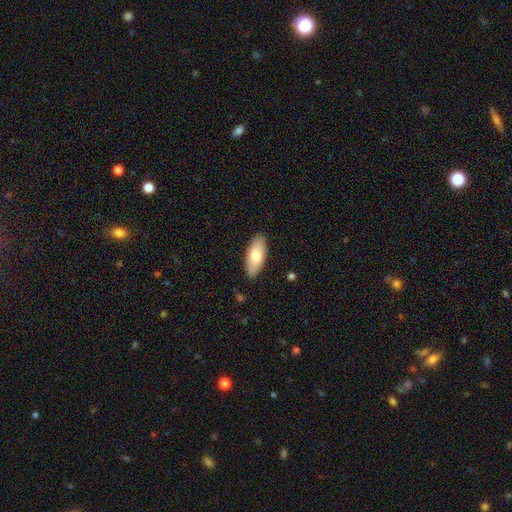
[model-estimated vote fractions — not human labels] smooth 75%, featured or disk 19%, star or artifact 6%. Down the decision tree: how rounded — in between (85%); merging — none (88%).